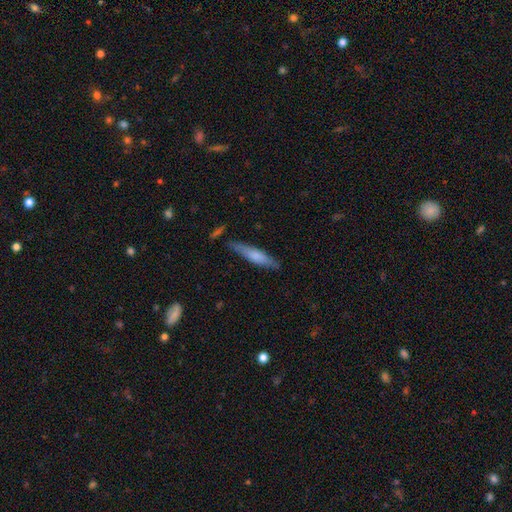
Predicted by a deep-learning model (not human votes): A smooth galaxy with no disk features (63%) that is cigar-shaped (83%).

Vote fractions:
- Smooth or featured? smooth: 63% / featured or disk: 31% / star or artifact: 6%
- How rounded? cigar-shaped: 83% / in between: 16% / round: 1%
- Merging? none: 77% / minor disturbance: 17% / major disturbance: 4% / merger: 3%